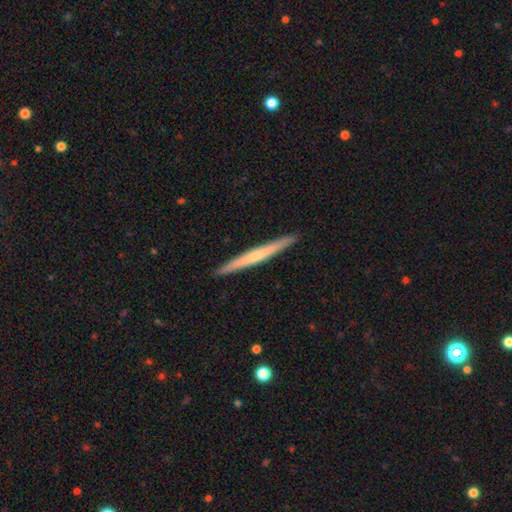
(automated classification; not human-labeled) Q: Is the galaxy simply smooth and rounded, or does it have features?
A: featured or disk — 54%.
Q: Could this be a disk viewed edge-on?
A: yes — 97%.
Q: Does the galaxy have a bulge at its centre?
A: none — 53%.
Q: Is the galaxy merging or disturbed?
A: none — 92%.